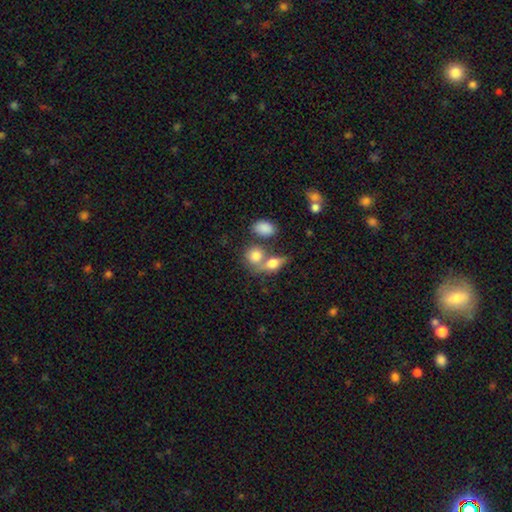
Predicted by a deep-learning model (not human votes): A smooth galaxy with no disk features (78%) that is round (58%). Merging: none (43%).